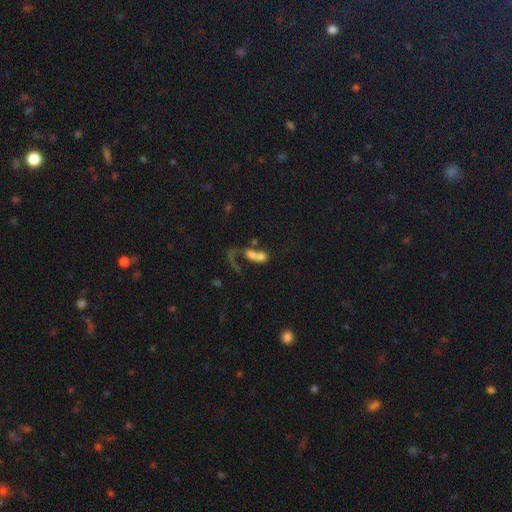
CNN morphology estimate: The model was most divided on "smooth or featured": smooth: 50%, featured or disk: 37%, star or artifact: 13%. More confident: merging — merger (63%).